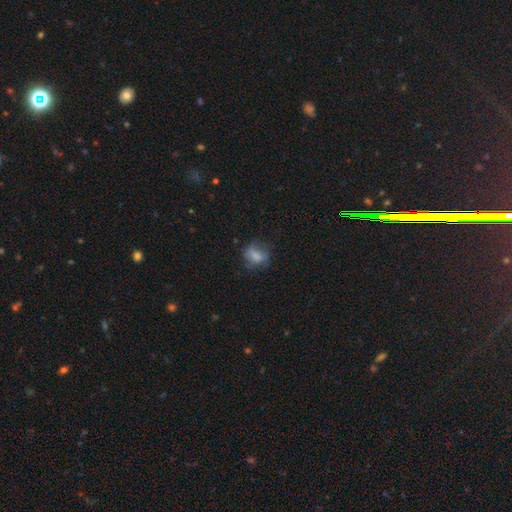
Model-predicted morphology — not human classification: type=smooth (66%); roundness=in between (55%); merging=none (53%).